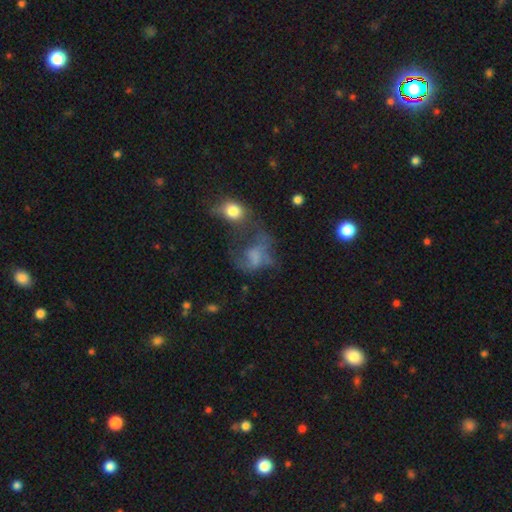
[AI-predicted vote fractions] Overall: smooth (44%; featured or disk 38%). Merging: major disturbance (39%; merger 25%).